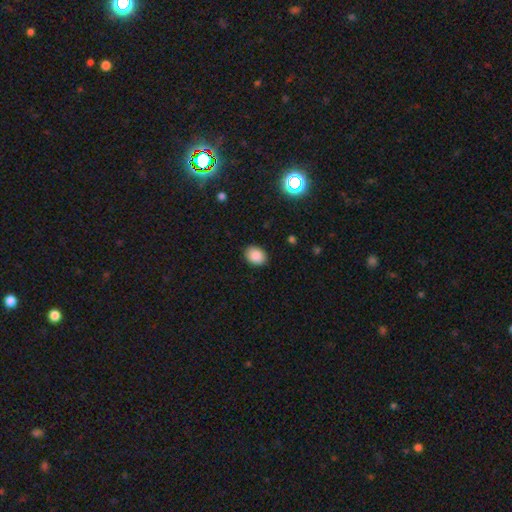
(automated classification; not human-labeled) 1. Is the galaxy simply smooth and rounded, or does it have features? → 88% smooth, 9% star or artifact, 3% featured or disk.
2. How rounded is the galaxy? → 61% in between, 39% round, 1% cigar-shaped.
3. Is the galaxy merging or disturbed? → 89% none, 8% minor disturbance, 2% major disturbance, 1% merger.